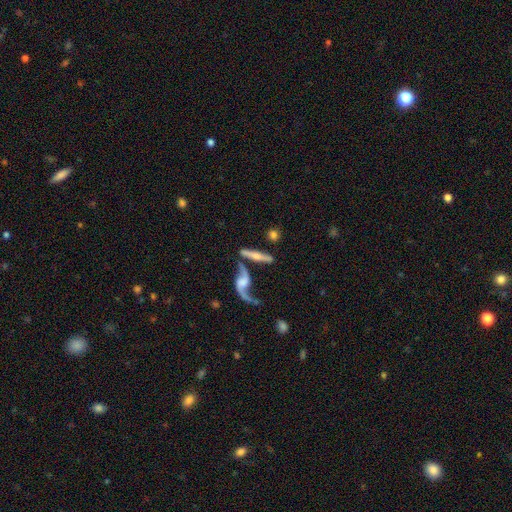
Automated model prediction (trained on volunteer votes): featured or disk 62%, smooth 31%, star or artifact 7%. Down the decision tree: edge-on disk — yes (58%); merging — none (56%).